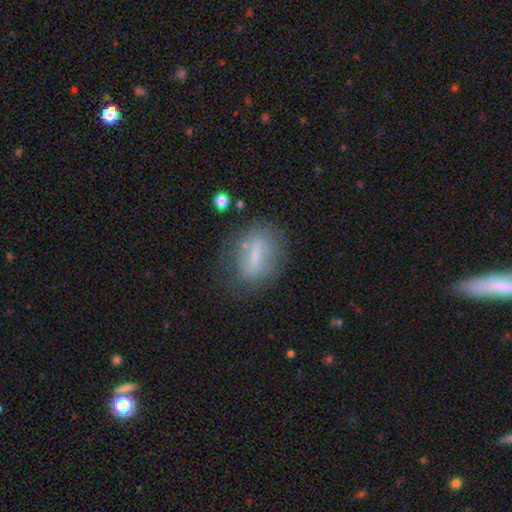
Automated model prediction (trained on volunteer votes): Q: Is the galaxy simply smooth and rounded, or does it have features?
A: smooth — 52%.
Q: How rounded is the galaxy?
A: in between — 67%.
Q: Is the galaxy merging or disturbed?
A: none — 70%.